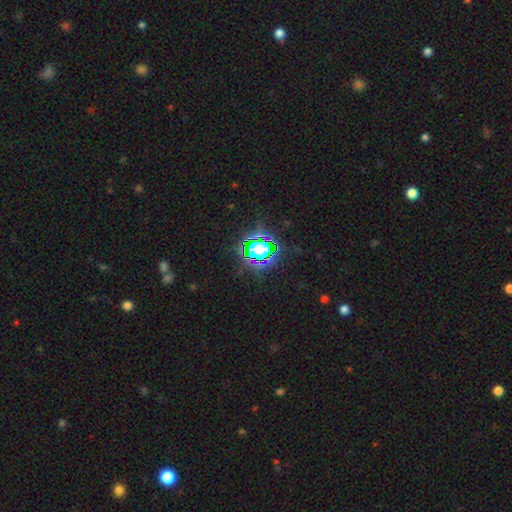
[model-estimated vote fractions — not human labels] A star or artifact, not a galaxy (77%).